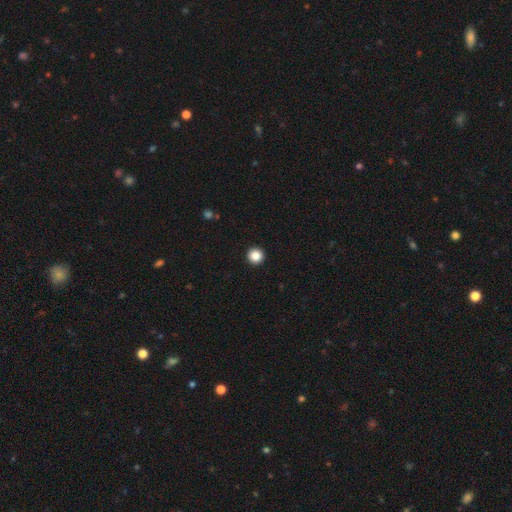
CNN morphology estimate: type=smooth (86%); roundness=round (97%); merging=none (94%).